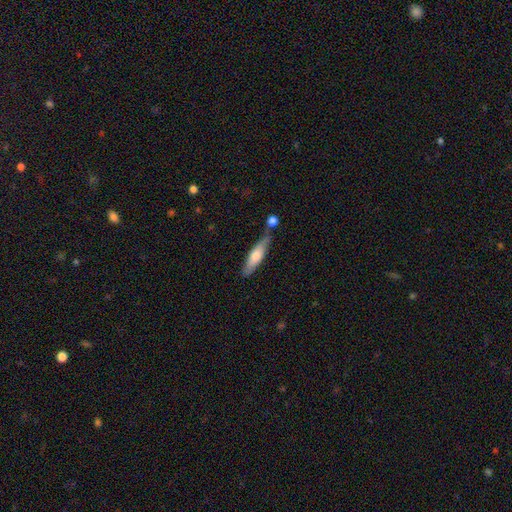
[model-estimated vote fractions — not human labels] A smooth galaxy with no disk features (62%) that is cigar-shaped (71%).

Vote fractions:
- Smooth or featured? smooth: 62% / featured or disk: 33% / star or artifact: 6%
- How rounded? cigar-shaped: 71% / in between: 27% / round: 2%
- Merging? none: 60% / minor disturbance: 19% / merger: 16% / major disturbance: 5%